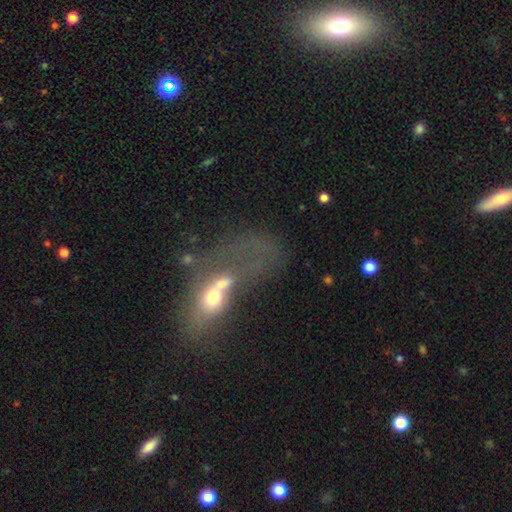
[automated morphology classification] Smooth or featured? smooth (46%)
Merging? merger (59%)